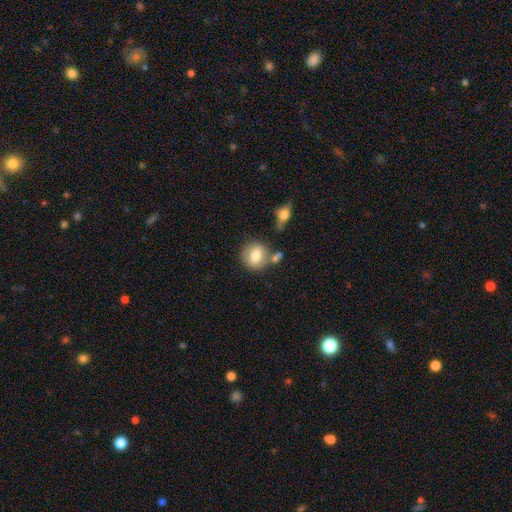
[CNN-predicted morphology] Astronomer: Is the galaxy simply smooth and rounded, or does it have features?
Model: smooth — 73%.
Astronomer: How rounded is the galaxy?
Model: round — 73%.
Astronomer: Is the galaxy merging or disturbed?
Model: none — 68%.